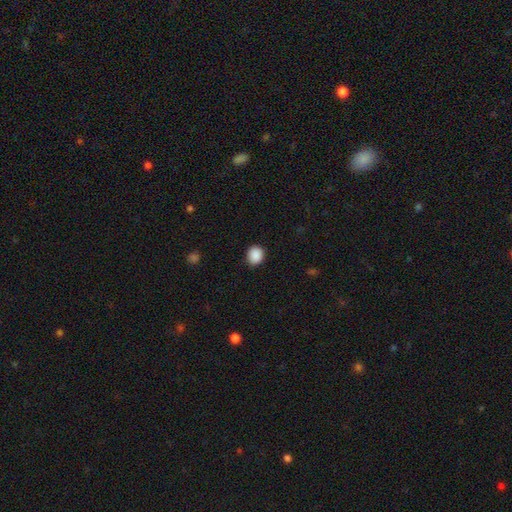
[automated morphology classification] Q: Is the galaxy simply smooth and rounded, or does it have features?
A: smooth — 89%.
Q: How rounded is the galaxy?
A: round — 69%.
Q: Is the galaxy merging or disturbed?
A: none — 89%.